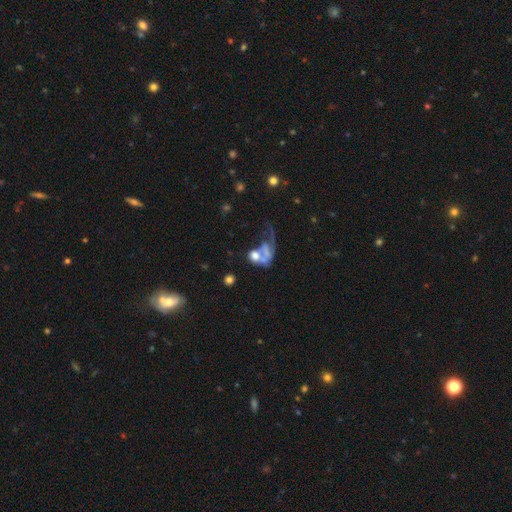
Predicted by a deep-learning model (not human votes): Smooth or featured: smooth — 44% (tied with featured or disk — 44%)
Merging: merger — 41% (major disturbance — 37%)